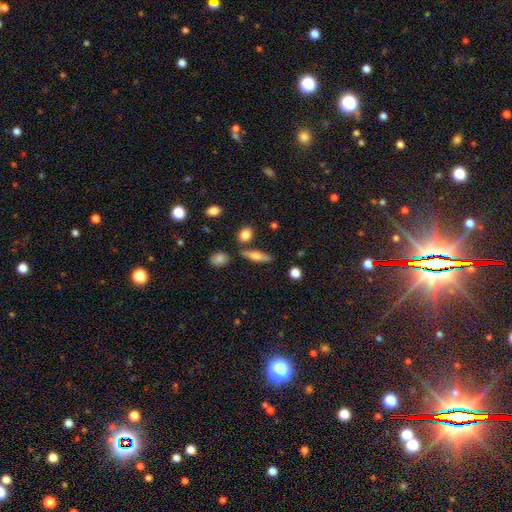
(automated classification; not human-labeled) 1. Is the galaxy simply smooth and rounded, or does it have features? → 54% smooth, 38% featured or disk, 8% star or artifact.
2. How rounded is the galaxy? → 60% cigar-shaped, 36% in between, 4% round.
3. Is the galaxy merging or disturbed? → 76% none, 12% minor disturbance, 9% merger, 3% major disturbance.